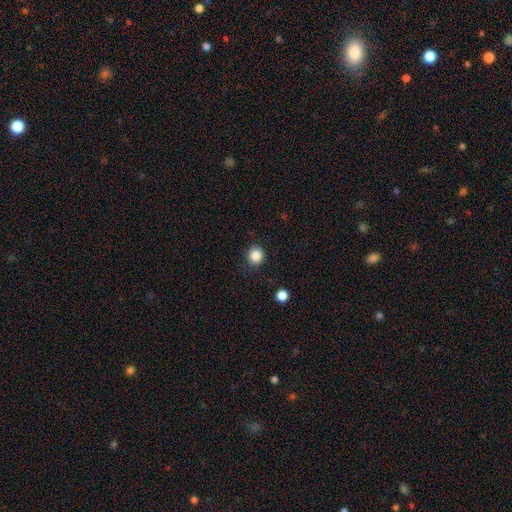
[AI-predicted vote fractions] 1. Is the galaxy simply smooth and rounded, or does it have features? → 86% smooth, 10% star or artifact, 4% featured or disk.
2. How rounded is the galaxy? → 89% round, 10% in between, 1% cigar-shaped.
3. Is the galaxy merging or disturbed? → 87% none, 9% minor disturbance, 3% major disturbance, 1% merger.